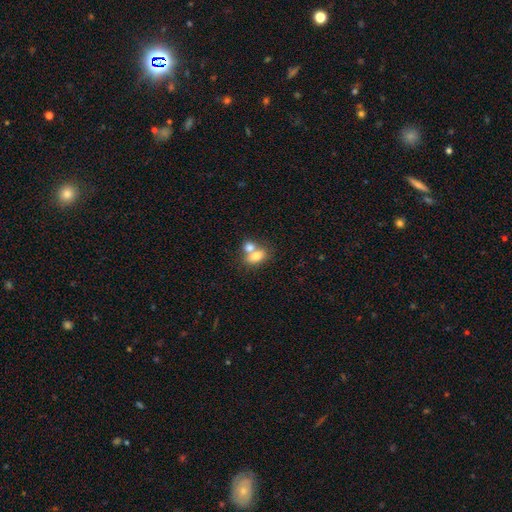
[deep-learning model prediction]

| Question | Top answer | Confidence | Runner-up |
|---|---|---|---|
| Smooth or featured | smooth | 76% | featured or disk (16%) |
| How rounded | in between | 79% | round (18%) |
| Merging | merger | 57% | none (32%) |